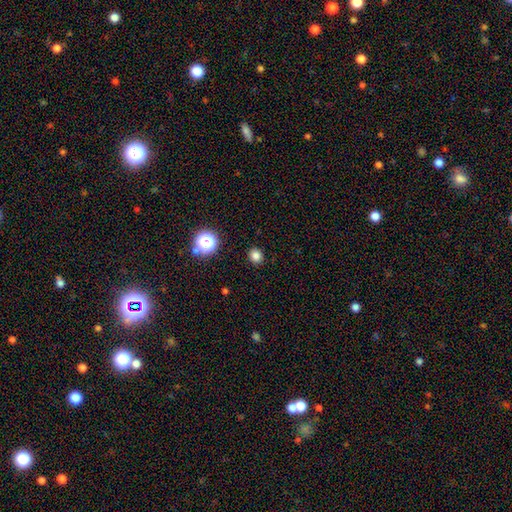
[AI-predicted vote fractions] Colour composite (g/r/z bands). It shows a smooth galaxy with no disk features (81%) that is round (76%). Merging: none (90%).